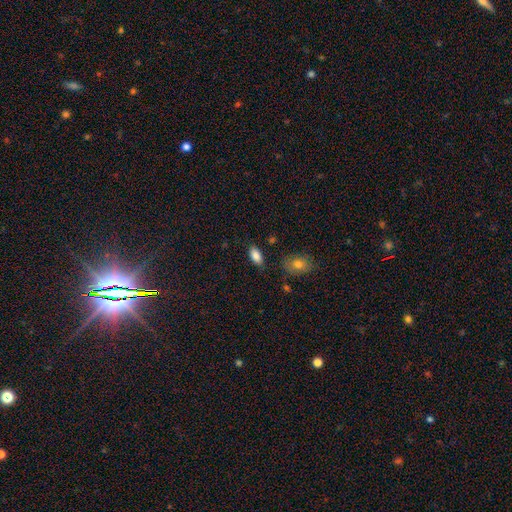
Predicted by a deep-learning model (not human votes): Morphology: type=smooth (86%); roundness=in between (92%); merging=none (83%).